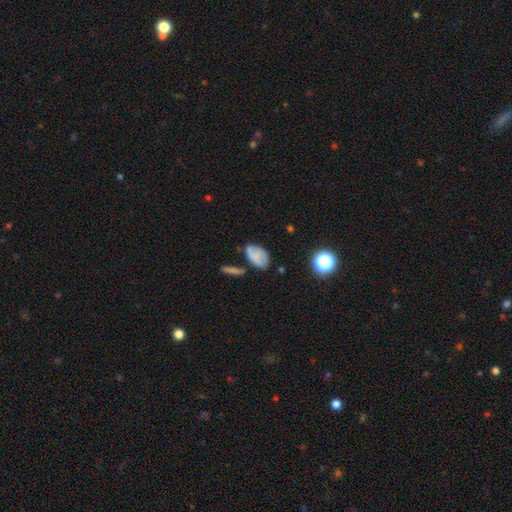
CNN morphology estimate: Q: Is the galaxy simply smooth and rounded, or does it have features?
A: smooth — 71%.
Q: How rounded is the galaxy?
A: in between — 90%.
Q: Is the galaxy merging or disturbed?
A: none — 52%.